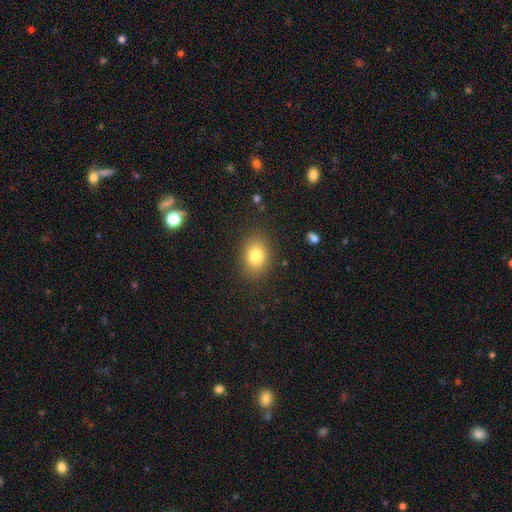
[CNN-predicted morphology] A smooth galaxy with no disk features (81%) that is in between round and cigar-shaped (65%).

Vote fractions:
- Smooth or featured? smooth: 81% / star or artifact: 10% / featured or disk: 9%
- How rounded? in between: 65% / round: 34% / cigar-shaped: 1%
- Merging? none: 86% / minor disturbance: 9% / major disturbance: 3% / merger: 1%